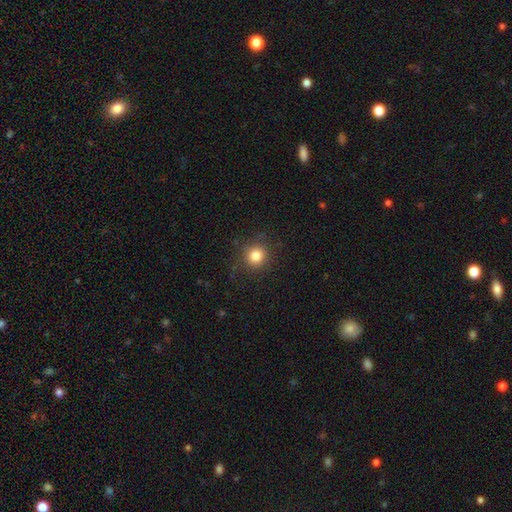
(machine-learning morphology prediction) This is clearly a smooth galaxy (83%). How rounded: clearly round (91%). Merging: clearly none (87%).